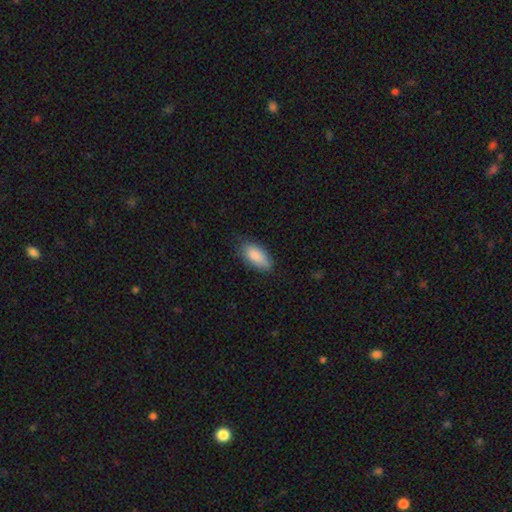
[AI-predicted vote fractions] Q: Smooth or featured?
A: smooth (87%); runner-up: featured or disk (6%)
Q: How rounded?
A: in between (90%); runner-up: cigar-shaped (8%)
Q: Merging?
A: none (76%); runner-up: minor disturbance (19%)